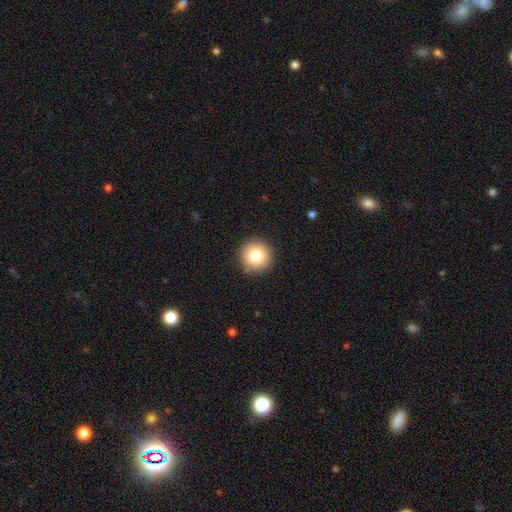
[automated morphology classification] Overall: smooth (81%). How rounded: round (95%). Merging: none (91%).